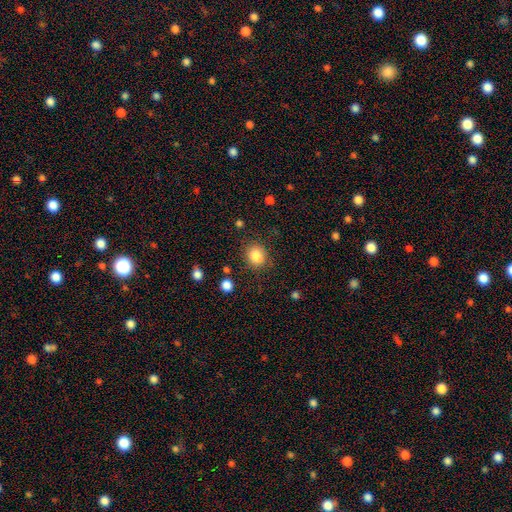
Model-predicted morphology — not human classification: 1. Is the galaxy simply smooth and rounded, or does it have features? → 85% smooth, 10% star or artifact, 5% featured or disk.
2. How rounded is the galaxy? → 62% round, 37% in between, 1% cigar-shaped.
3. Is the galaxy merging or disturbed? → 81% none, 12% minor disturbance, 4% major disturbance, 2% merger.